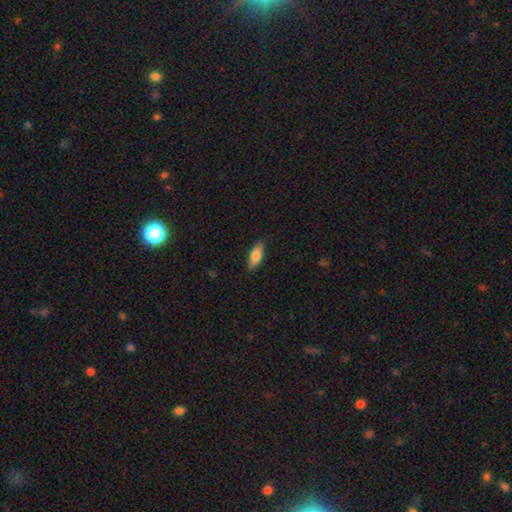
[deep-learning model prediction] This is likely a smooth galaxy (79%). How rounded: likely in between (77%). Merging: clearly none (85%).